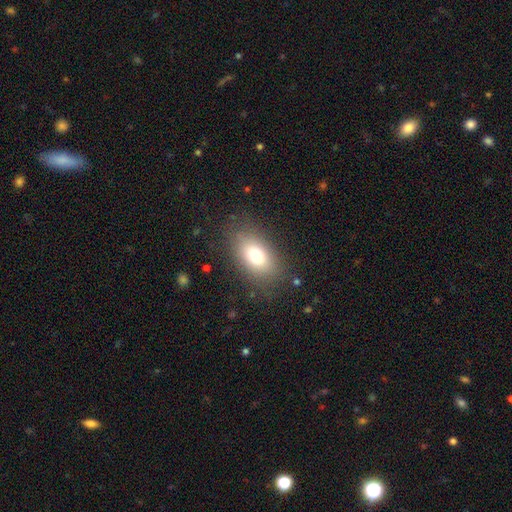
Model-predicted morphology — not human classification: smooth 74%, featured or disk 15%, star or artifact 11%. Down the decision tree: how rounded — in between (84%); merging — none (81%).